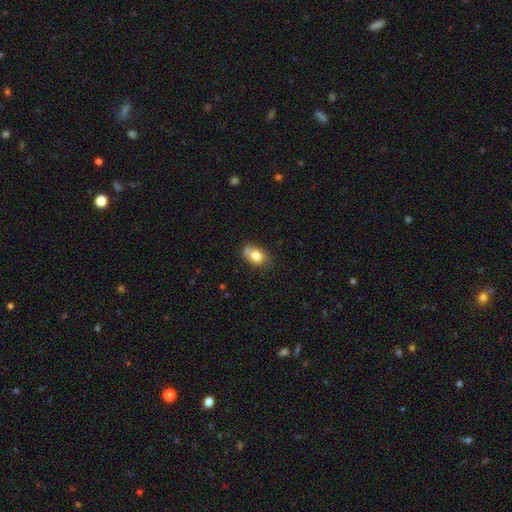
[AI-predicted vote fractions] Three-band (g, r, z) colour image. It shows a smooth galaxy with no disk features (78%) that is in between round and cigar-shaped (64%). Merging: none (55%).